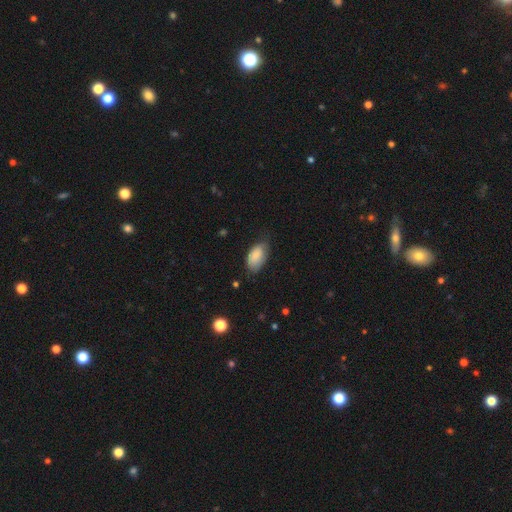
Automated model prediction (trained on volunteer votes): This is clearly a smooth galaxy (85%). How rounded: clearly in between (94%). Merging: possibly none (55%).